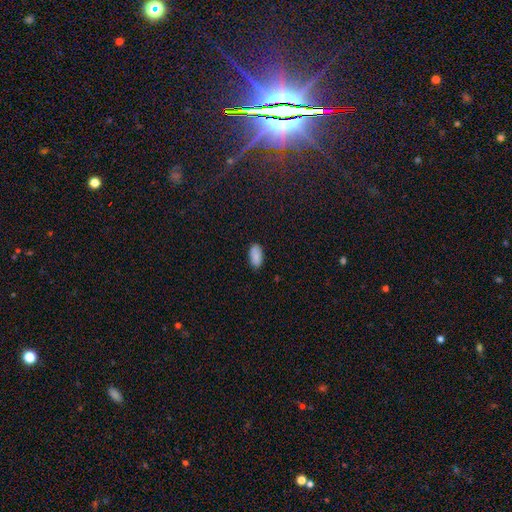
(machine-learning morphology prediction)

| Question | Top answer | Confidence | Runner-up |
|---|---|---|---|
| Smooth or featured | smooth | 89% | star or artifact (7%) |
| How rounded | in between | 94% | cigar-shaped (4%) |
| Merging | none | 86% | minor disturbance (11%) |